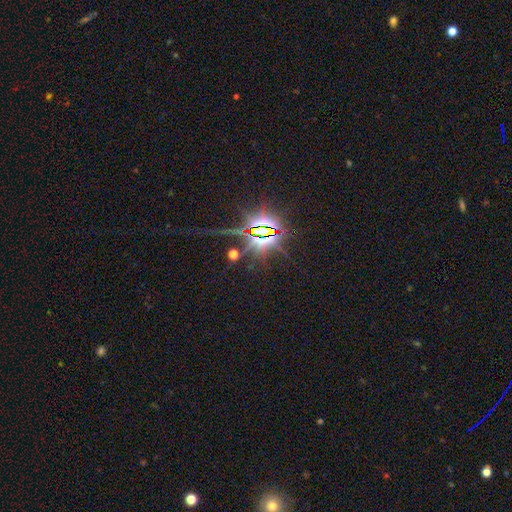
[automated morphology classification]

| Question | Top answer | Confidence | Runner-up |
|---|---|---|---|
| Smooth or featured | star or artifact | 86% | featured or disk (7%) |